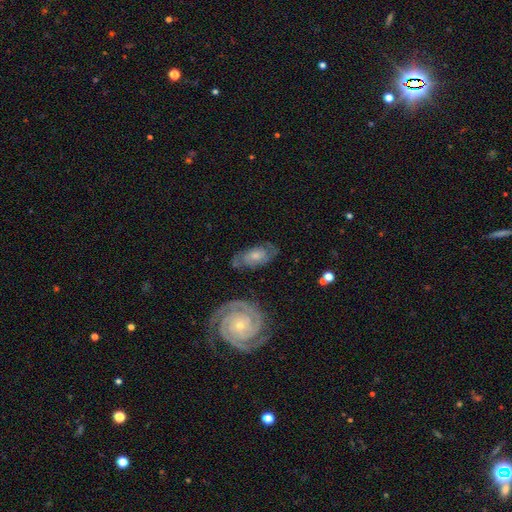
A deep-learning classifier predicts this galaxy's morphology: Smooth or featured?
  - featured or disk: 69% *
  - smooth: 24%
  - star or artifact: 7%
Edge-on disk?
  - no: 93% *
  - yes: 7%
Bar?
  - no: 68% *
  - weak: 27%
  - strong: 5%
Spiral arms?
  - yes: 90% *
  - no: 10%
Spiral winding?
  - tight: 51% *
  - medium: 38%
  - loose: 11%
Spiral arm count?
  - 2: 66% *
  - can't tell: 20%
  - 3: 7%
  - 1: 3%
  - 4: 2%
  - more than 4: 2%
Bulge size?
  - small: 46% *
  - moderate: 39%
  - none: 7%
  - large: 7%
  - dominant: 2%
Merging?
  - none: 71% *
  - minor disturbance: 19%
  - major disturbance: 7%
  - merger: 3%